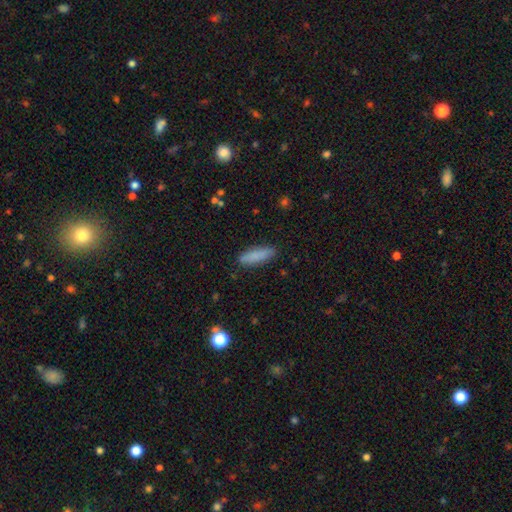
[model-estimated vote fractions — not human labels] smooth-or-featured: smooth: 84% | featured or disk: 9% | star or artifact: 7%
  how-rounded: cigar-shaped: 59% | in between: 40% | round: 2%
  merging: none: 87% | minor disturbance: 10% | major disturbance: 2% | merger: 1%